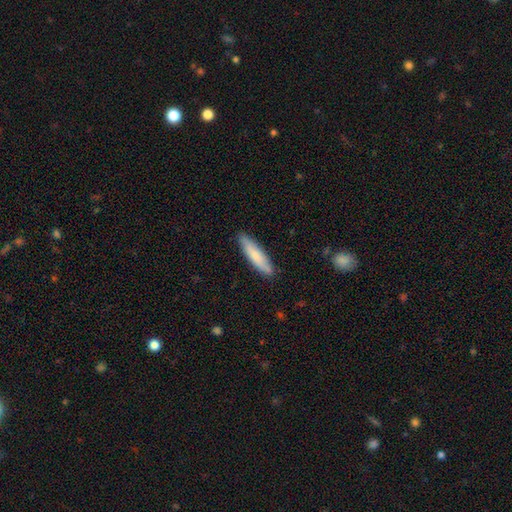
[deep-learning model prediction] Smooth or featured? Predicted: smooth (p=0.78). How rounded? Predicted: cigar-shaped (p=0.80). Merging? Predicted: none (p=0.86).